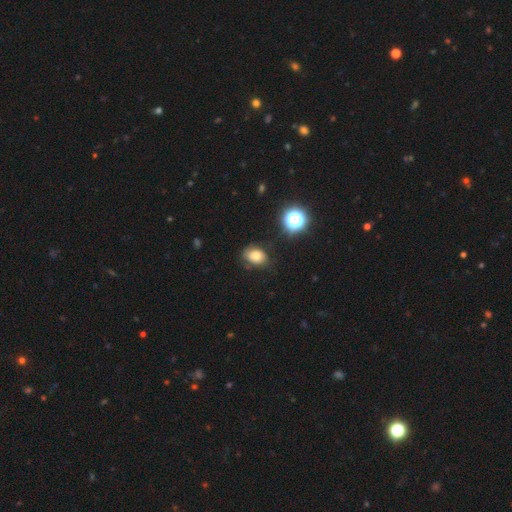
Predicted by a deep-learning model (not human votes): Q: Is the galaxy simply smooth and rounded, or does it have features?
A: smooth — 75%.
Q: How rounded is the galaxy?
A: in between — 71%.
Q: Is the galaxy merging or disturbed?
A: none — 70%.